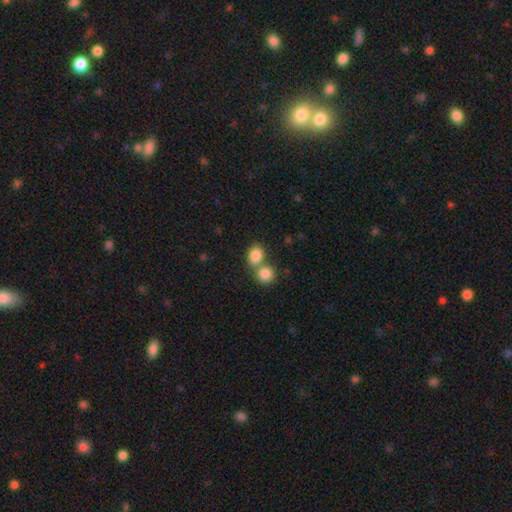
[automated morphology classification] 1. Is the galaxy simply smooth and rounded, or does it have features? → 85% smooth, 9% star or artifact, 7% featured or disk.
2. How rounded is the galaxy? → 50% round, 49% in between, 1% cigar-shaped.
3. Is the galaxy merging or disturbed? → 48% merger, 42% none, 7% minor disturbance, 3% major disturbance.